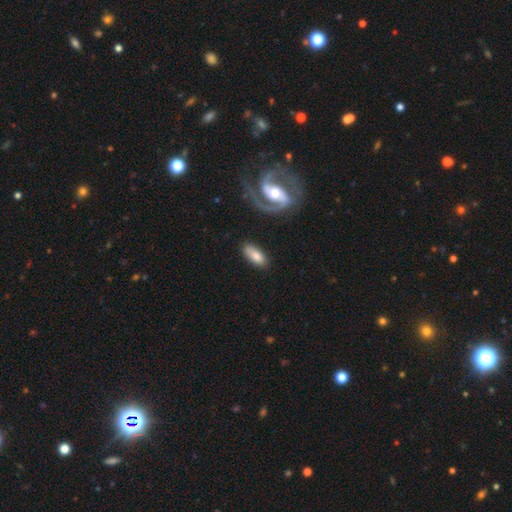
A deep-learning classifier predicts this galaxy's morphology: The model was most divided on "smooth or featured": smooth: 75%, featured or disk: 19%, star or artifact: 6%. More confident: how rounded — in between (83%); merging — none (78%).